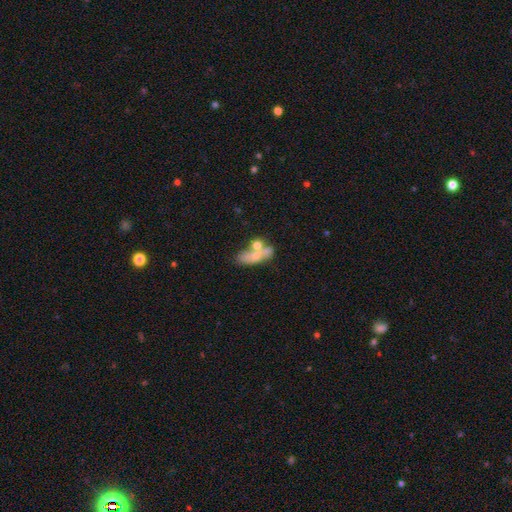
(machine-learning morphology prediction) Q: Smooth or featured?
A: smooth (57%); runner-up: featured or disk (33%)
Q: How rounded?
A: in between (69%); runner-up: cigar-shaped (19%)
Q: Merging?
A: merger (43%); runner-up: none (32%)